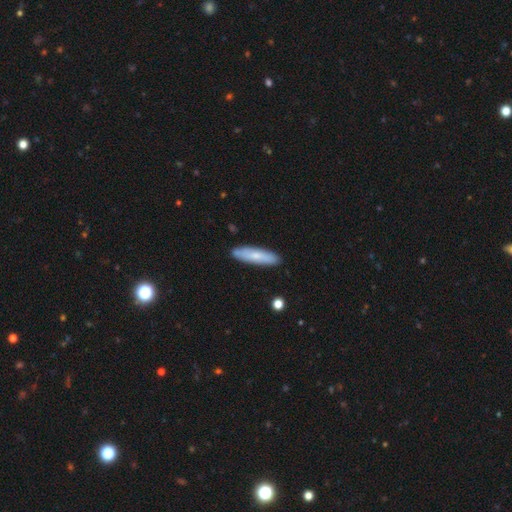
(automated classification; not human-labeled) Smooth or featured? Predicted: smooth (p=0.71). How rounded? Predicted: cigar-shaped (p=0.76). Merging? Predicted: none (p=0.88).